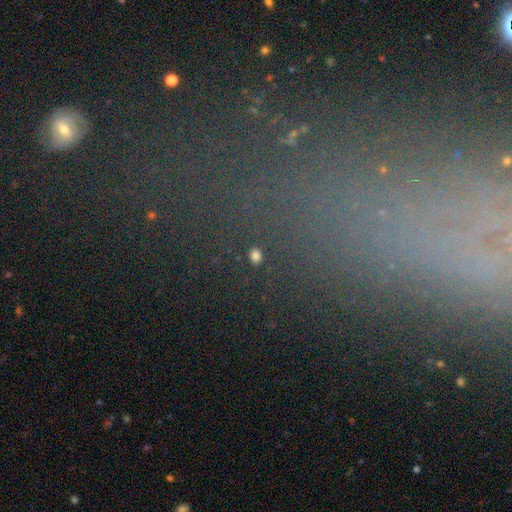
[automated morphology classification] A smooth galaxy with no disk features (63%) that is round (62%).

Vote fractions:
- Smooth or featured? smooth: 63% / star or artifact: 31% / featured or disk: 7%
- How rounded? round: 62% / in between: 34% / cigar-shaped: 3%
- Merging? none: 87% / minor disturbance: 7% / major disturbance: 3% / merger: 3%